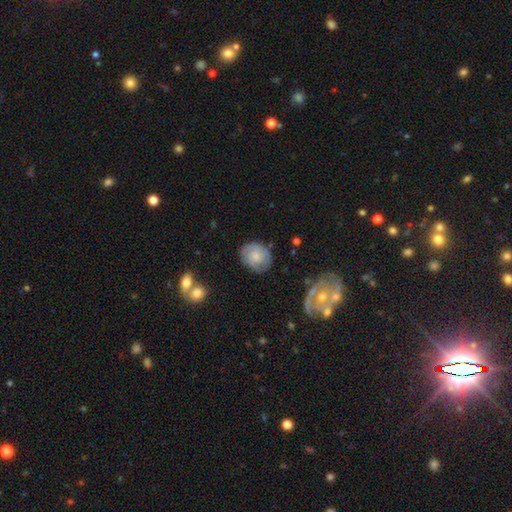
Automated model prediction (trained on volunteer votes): A smooth galaxy with no disk features (50%). Merging: none (72%).